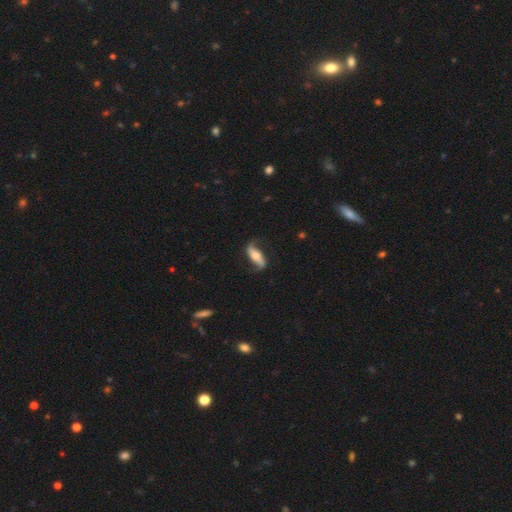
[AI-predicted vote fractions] Smooth or featured: featured or disk — 76% (smooth — 18%)
Edge-on disk: no — 84% (yes — 16%)
Bar: strong — 40% (no — 37%)
Spiral arms: yes — 92% (no — 8%)
Spiral winding: loose — 75% (medium — 18%)
Spiral arm count: 2 — 91% (1 — 3%)
Bulge size: moderate — 60% (small — 24%)
Merging: none — 74% (minor disturbance — 17%)